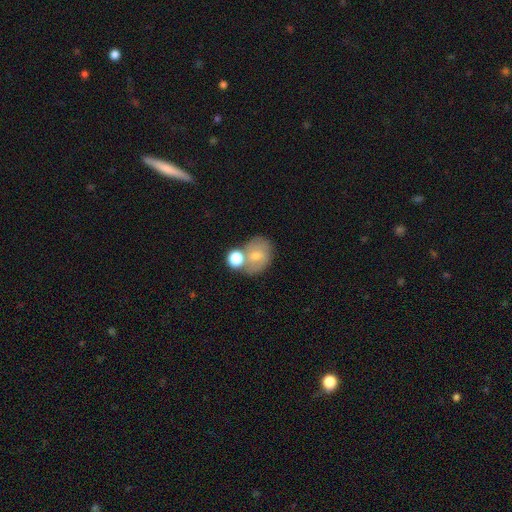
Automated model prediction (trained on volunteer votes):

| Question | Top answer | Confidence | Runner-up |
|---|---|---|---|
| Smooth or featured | smooth | 55% | featured or disk (35%) |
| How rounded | in between | 50% | round (49%) |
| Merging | none | 48% | merger (31%) |